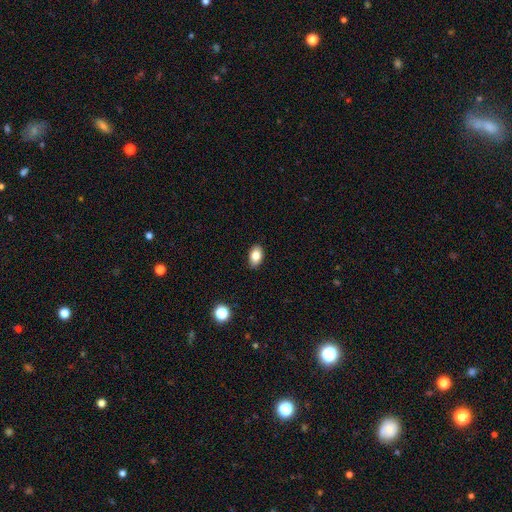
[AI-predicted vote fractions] Smooth or featured: smooth — 83% (star or artifact — 9%)
How rounded: in between — 89% (round — 9%)
Merging: none — 88% (minor disturbance — 9%)